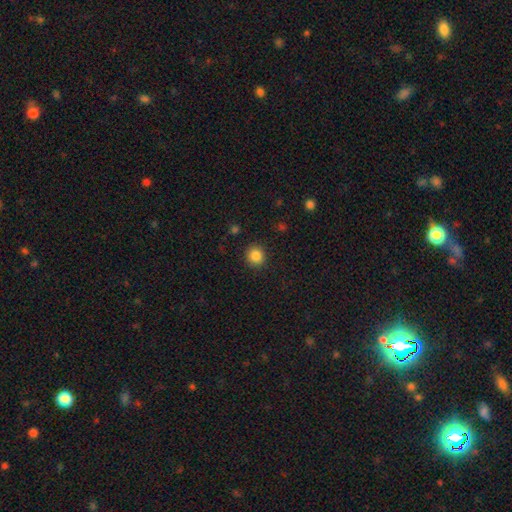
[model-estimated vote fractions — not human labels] smooth 85%, star or artifact 10%, featured or disk 4%. Down the decision tree: how rounded — round (90%); merging — none (91%).